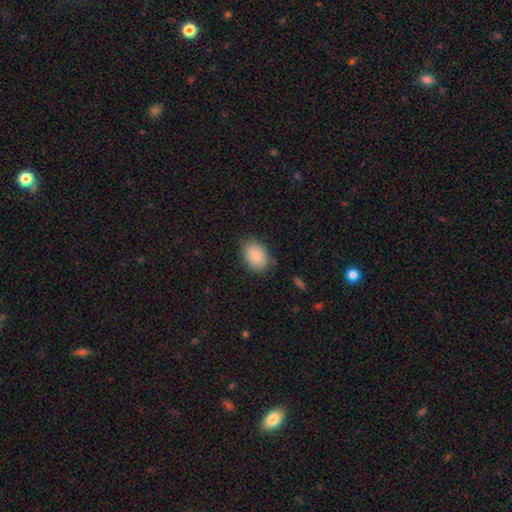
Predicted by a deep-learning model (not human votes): smooth_or_featured: smooth (p=0.89) [alt: star or artifact p=0.07]
how_rounded: in between (p=0.86) [alt: round p=0.13]
merging: none (p=0.82) [alt: minor disturbance p=0.14]